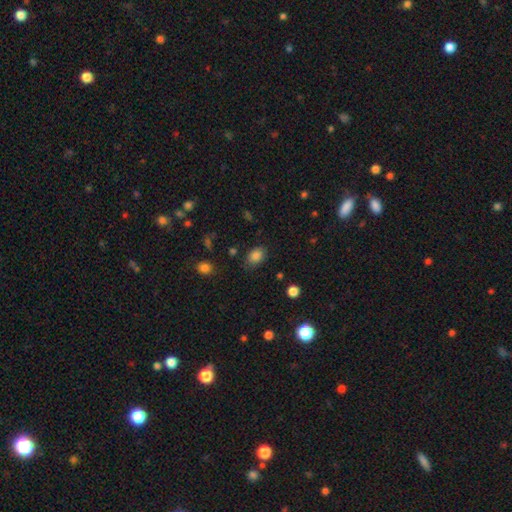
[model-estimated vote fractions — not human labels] smooth 84%, star or artifact 11%, featured or disk 5%. Down the decision tree: how rounded — in between (68%); merging — none (76%).